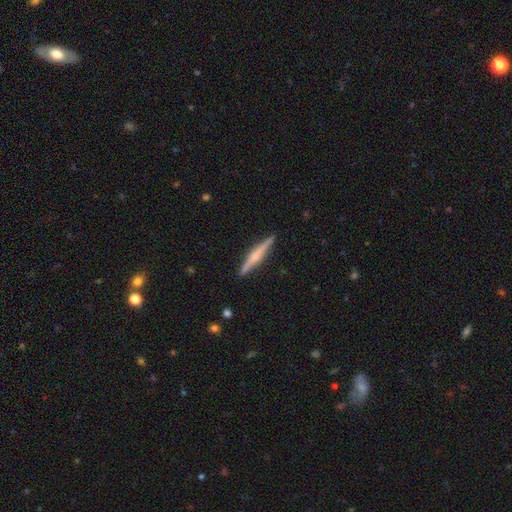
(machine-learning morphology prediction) This appears to be a featured or disk galaxy (65%) viewed edge-on (98%) with a rounded central bulge (73%). Merging: none (91%).